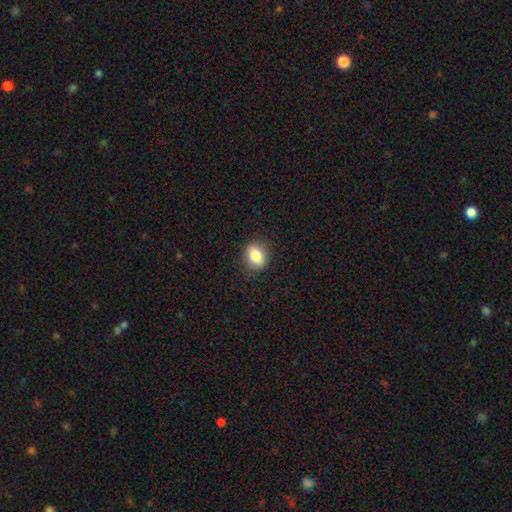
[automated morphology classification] Smooth or featured? smooth (82%)
How rounded? in between (62%)
Merging? none (86%)